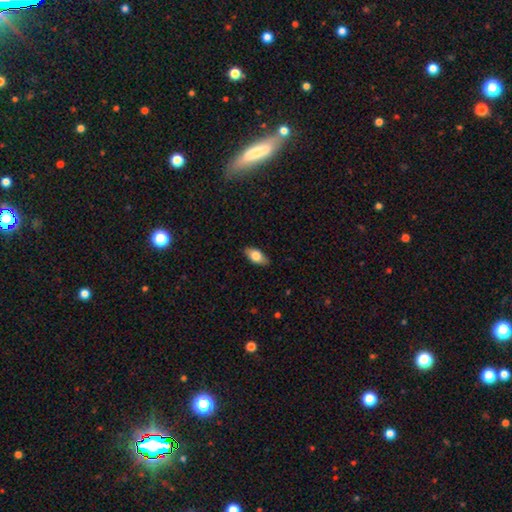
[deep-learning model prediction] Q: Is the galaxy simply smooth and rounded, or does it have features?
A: smooth — 74%.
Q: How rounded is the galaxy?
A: in between — 88%.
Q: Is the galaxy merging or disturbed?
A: none — 85%.